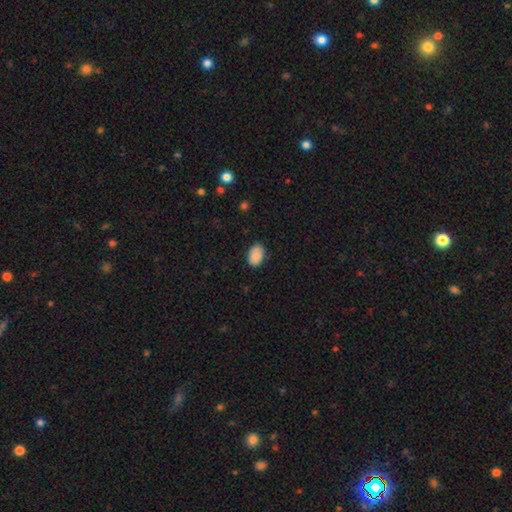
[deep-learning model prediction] Smooth or featured? smooth (89%)
How rounded? in between (88%)
Merging? none (85%)